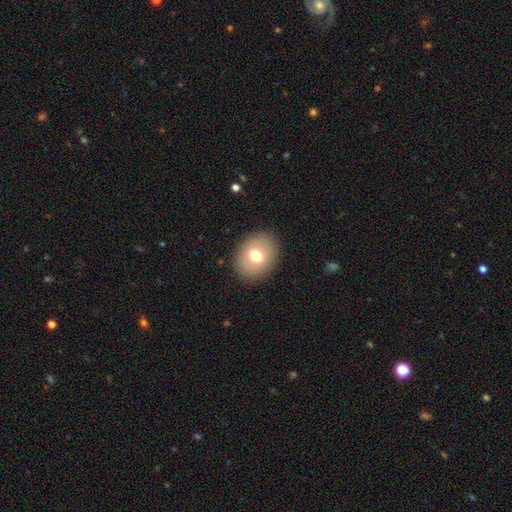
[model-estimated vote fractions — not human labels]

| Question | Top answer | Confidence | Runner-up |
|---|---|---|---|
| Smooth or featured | smooth | 71% | featured or disk (19%) |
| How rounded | in between | 59% | round (40%) |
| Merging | none | 88% | minor disturbance (8%) |